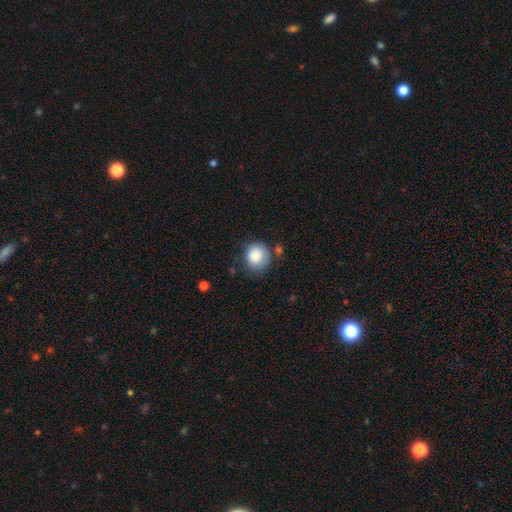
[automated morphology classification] Q: Smooth or featured?
A: smooth (85%); runner-up: star or artifact (8%)
Q: How rounded?
A: round (81%); runner-up: in between (19%)
Q: Merging?
A: none (68%); runner-up: minor disturbance (21%)